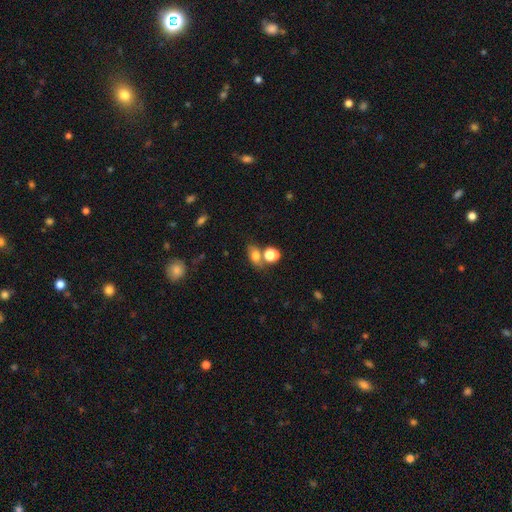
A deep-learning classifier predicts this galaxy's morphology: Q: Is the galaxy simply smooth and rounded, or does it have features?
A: smooth — 71%.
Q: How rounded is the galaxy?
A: in between — 70%.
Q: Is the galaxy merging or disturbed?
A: none — 49%.